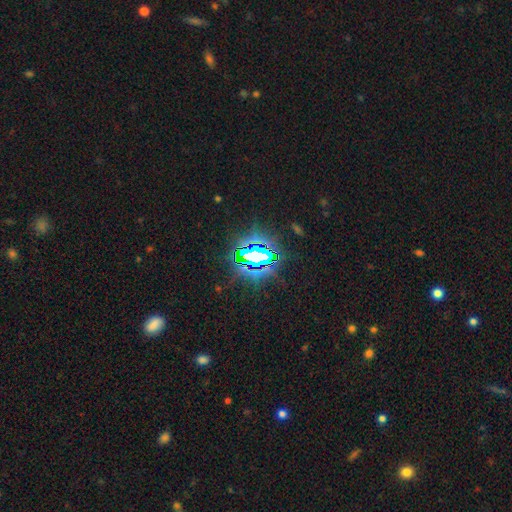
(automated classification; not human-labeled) Smooth or featured? star or artifact (77%)